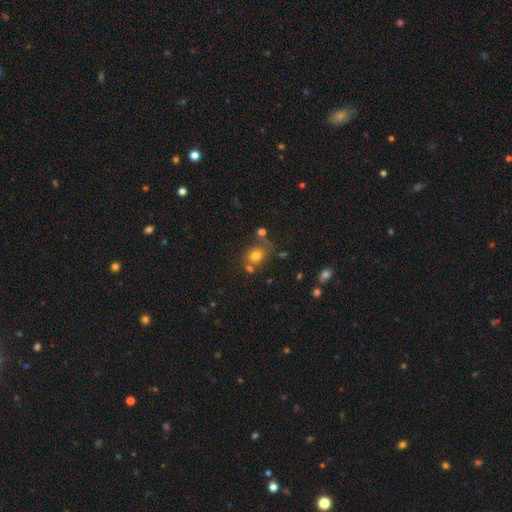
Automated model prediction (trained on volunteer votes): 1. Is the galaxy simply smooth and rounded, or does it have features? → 74% smooth, 14% star or artifact, 13% featured or disk.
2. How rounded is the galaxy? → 63% round, 36% in between, 1% cigar-shaped.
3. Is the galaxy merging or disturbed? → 58% none, 19% merger, 15% minor disturbance, 7% major disturbance.